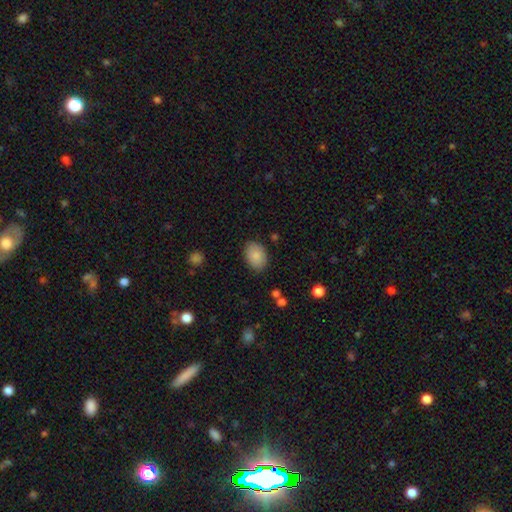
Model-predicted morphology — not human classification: A smooth galaxy with no disk features (86%) that is in between round and cigar-shaped (82%). Merging: none (84%).